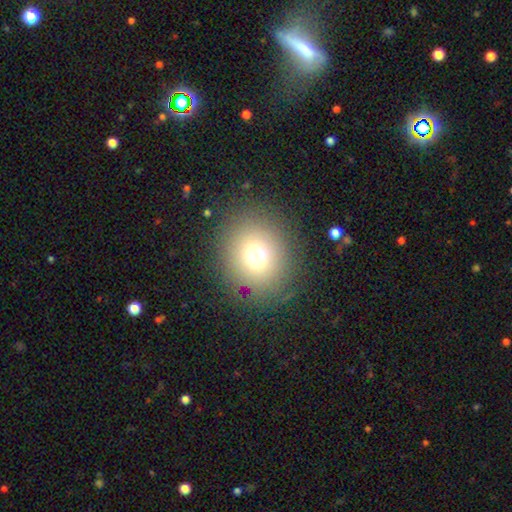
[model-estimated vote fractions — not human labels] This appears to be a smooth galaxy with no disk features (69%) that is round (84%). Merging: none (83%).